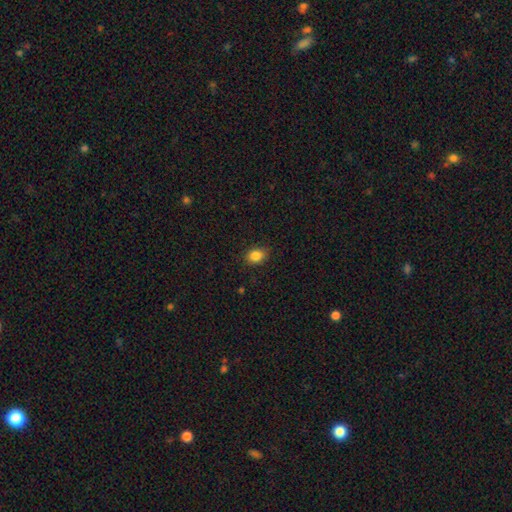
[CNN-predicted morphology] Smooth or featured? smooth (86%)
How rounded? in between (58%)
Merging? none (86%)